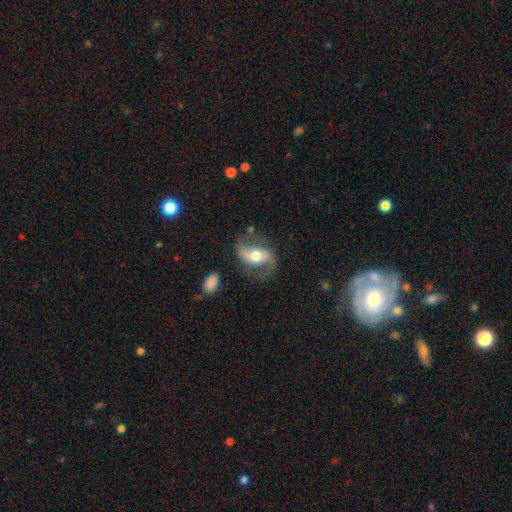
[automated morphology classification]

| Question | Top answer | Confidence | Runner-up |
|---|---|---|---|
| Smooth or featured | featured or disk | 65% | smooth (29%) |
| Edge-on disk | no | 93% | yes (7%) |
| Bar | no | 36% | weak (33%) |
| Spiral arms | yes | 84% | no (16%) |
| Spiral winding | loose | 63% | medium (29%) |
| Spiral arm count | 2 | 88% | can't tell (5%) |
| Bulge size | moderate | 70% | large (14%) |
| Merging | none | 64% | minor disturbance (20%) |